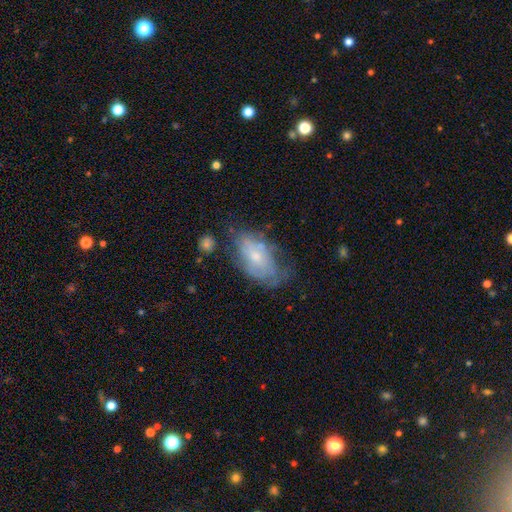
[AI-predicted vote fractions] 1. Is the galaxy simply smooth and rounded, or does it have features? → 47% featured or disk, 44% smooth, 8% star or artifact.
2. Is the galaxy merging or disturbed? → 47% none, 32% minor disturbance, 17% major disturbance, 4% merger.